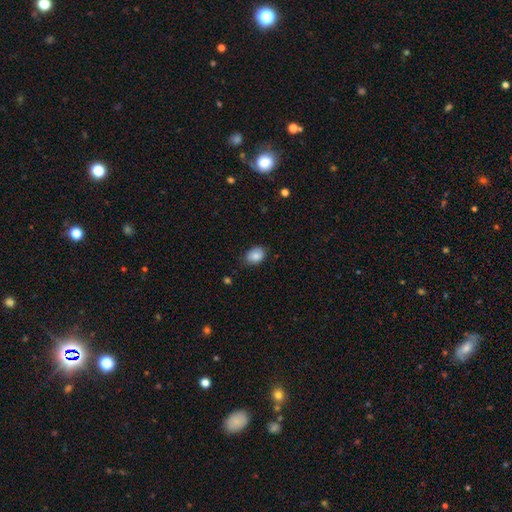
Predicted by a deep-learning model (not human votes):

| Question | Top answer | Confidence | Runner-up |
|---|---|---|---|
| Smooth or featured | smooth | 84% | featured or disk (8%) |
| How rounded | in between | 77% | round (21%) |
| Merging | none | 77% | minor disturbance (19%) |